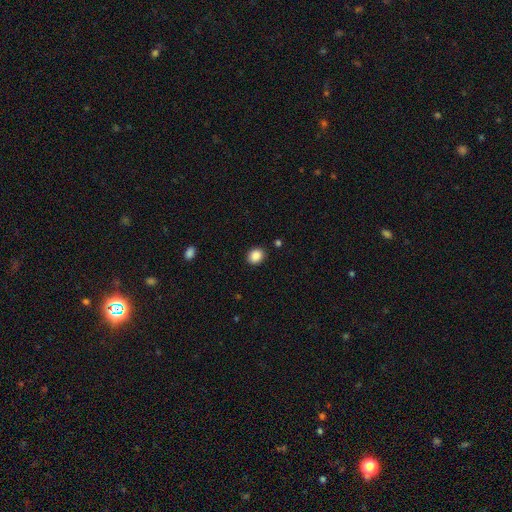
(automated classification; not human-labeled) Overall: smooth (88%). How rounded: round (63%; in between 36%). Merging: none (89%).